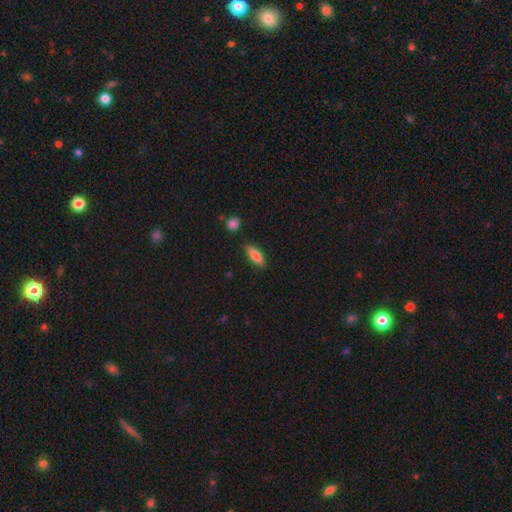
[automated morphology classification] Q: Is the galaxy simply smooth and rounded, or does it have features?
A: smooth — 73%.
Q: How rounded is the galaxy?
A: in between — 59%.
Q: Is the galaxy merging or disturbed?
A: none — 83%.